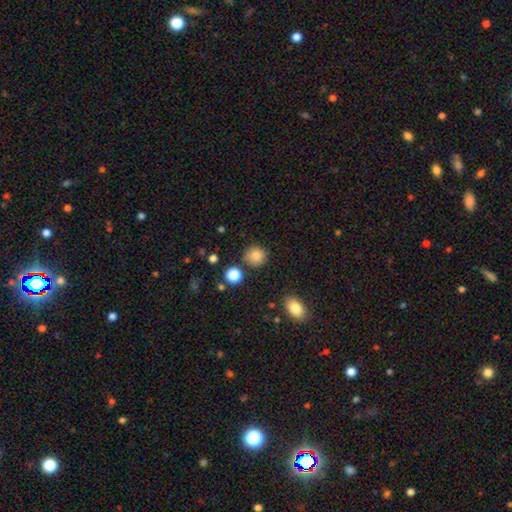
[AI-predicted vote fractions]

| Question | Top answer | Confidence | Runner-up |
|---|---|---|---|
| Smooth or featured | smooth | 84% | star or artifact (11%) |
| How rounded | round | 90% | in between (9%) |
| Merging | none | 83% | minor disturbance (10%) |